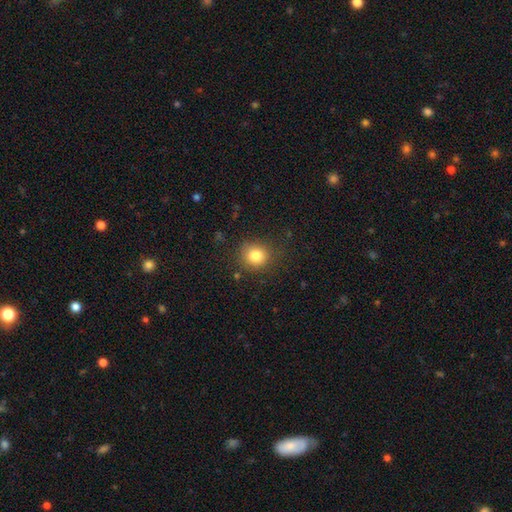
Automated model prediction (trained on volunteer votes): smooth-or-featured: smooth: 82% | star or artifact: 11% | featured or disk: 7%
  how-rounded: round: 87% | in between: 13% | cigar-shaped: 1%
  merging: none: 85% | minor disturbance: 10% | major disturbance: 3% | merger: 2%